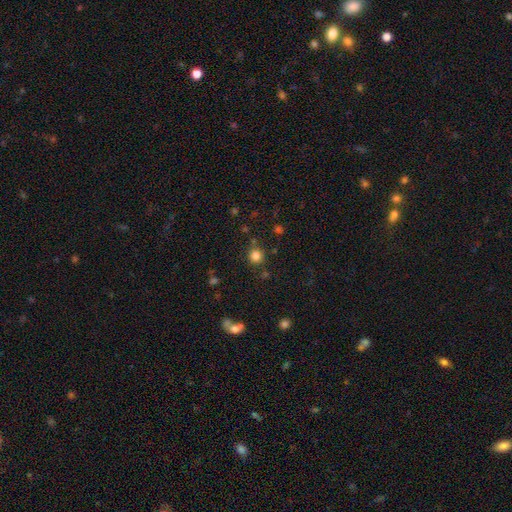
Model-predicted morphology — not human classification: This appears to be a smooth galaxy with no disk features (82%) that is round (92%). Merging: none (84%).